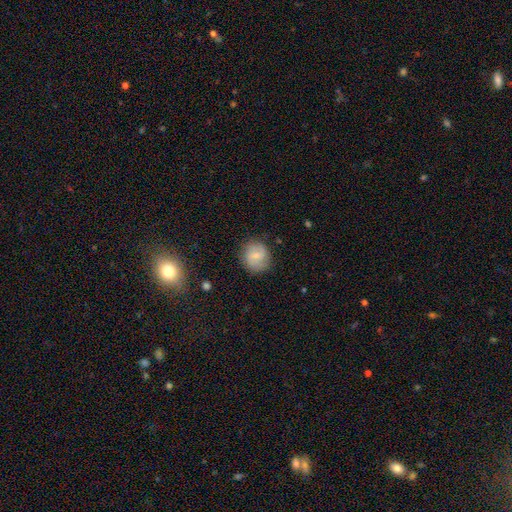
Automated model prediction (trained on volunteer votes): smooth-or-featured: featured or disk: 48% | smooth: 44% | star or artifact: 8%
  merging: none: 82% | minor disturbance: 13% | major disturbance: 4% | merger: 1%